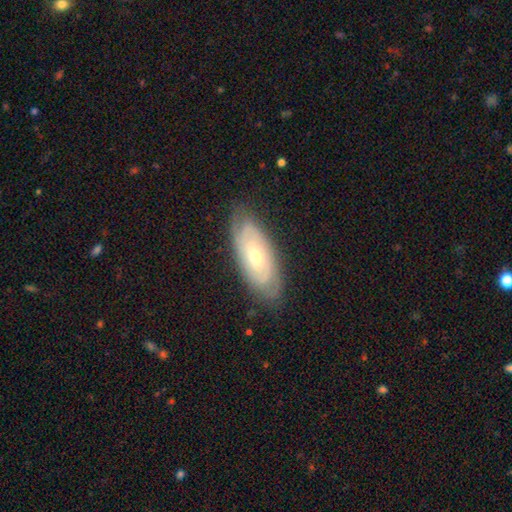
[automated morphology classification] Q: Smooth or featured?
A: featured or disk (70%); runner-up: smooth (23%)
Q: Edge-on disk?
A: no (88%); runner-up: yes (12%)
Q: Bar?
A: no (73%); runner-up: weak (22%)
Q: Spiral arms?
A: yes (86%); runner-up: no (14%)
Q: Spiral winding?
A: tight (72%); runner-up: medium (22%)
Q: Spiral arm count?
A: can't tell (48%); runner-up: 2 (30%)
Q: Bulge size?
A: moderate (50%); runner-up: small (46%)
Q: Merging?
A: none (79%); runner-up: minor disturbance (16%)